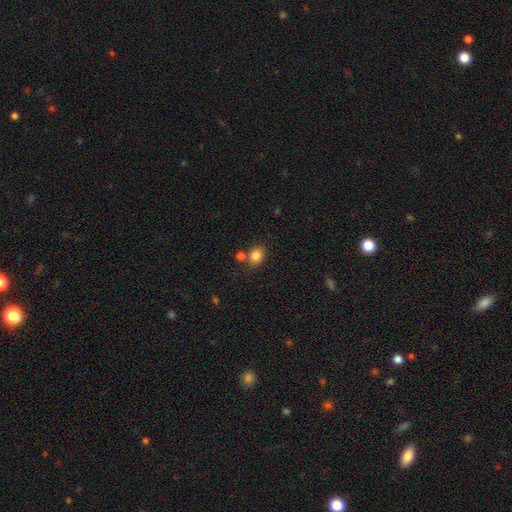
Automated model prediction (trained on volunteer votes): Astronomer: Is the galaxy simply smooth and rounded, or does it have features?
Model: smooth — 83%.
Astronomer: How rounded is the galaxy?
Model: round — 53% (runner-up: in between, 46%).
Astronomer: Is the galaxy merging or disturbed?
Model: none — 69%.